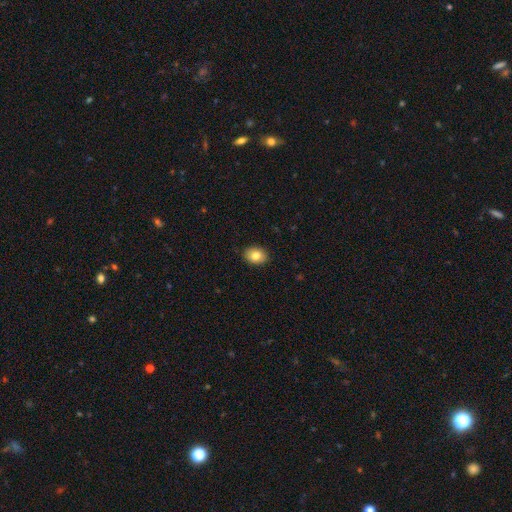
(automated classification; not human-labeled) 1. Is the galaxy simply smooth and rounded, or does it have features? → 81% smooth, 10% featured or disk, 9% star or artifact.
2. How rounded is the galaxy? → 64% in between, 35% round, 1% cigar-shaped.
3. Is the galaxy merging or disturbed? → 90% none, 7% minor disturbance, 2% major disturbance, 1% merger.